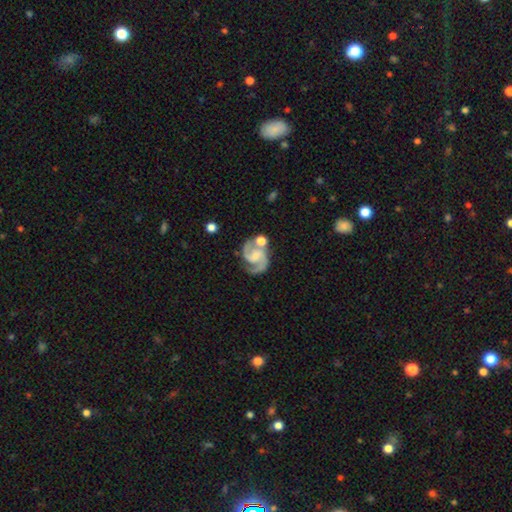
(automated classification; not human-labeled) Smooth or featured? Predicted: featured or disk (p=0.88). Edge-on disk? Predicted: no (p=0.98). Bar? Predicted: no (p=0.45). Spiral arms? Predicted: yes (p=0.98). Spiral winding? Predicted: medium (p=0.58). Spiral arm count? Predicted: 2 (p=0.91). Bulge size? Predicted: none (p=0.48). Merging? Predicted: none (p=0.61).